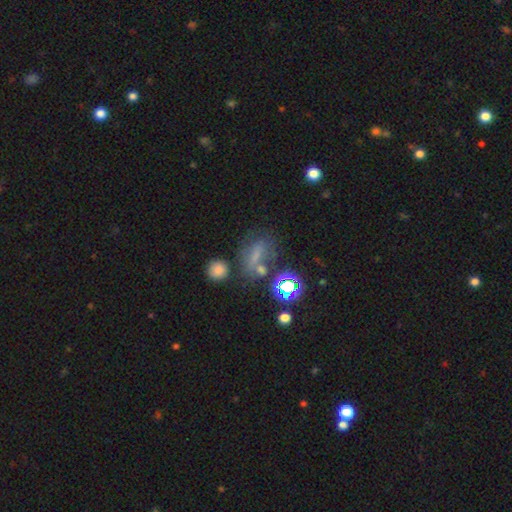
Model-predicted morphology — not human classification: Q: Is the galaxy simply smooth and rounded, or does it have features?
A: smooth — 44%.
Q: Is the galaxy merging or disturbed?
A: none — 48%.